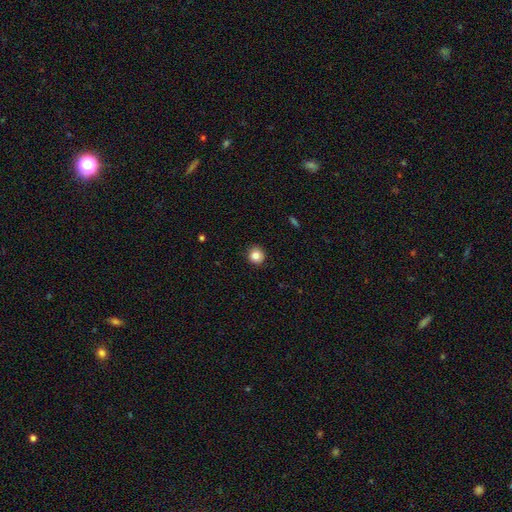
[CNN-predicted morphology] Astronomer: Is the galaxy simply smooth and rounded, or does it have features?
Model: smooth — 84%.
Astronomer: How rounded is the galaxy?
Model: round — 92%.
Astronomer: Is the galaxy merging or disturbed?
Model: none — 91%.